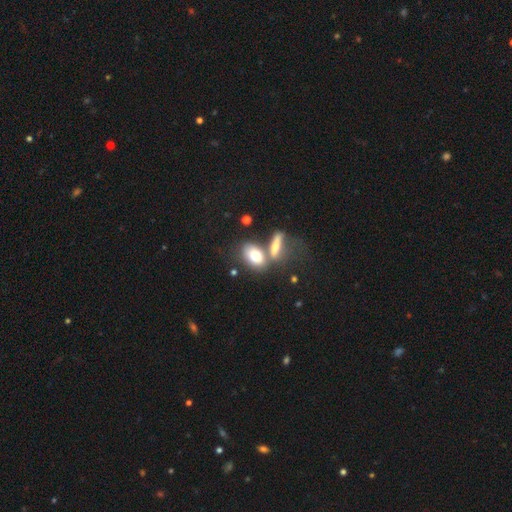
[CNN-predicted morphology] This is likely a smooth galaxy (75%). How rounded: clearly in between (84%). Merging: possibly merger (47%).